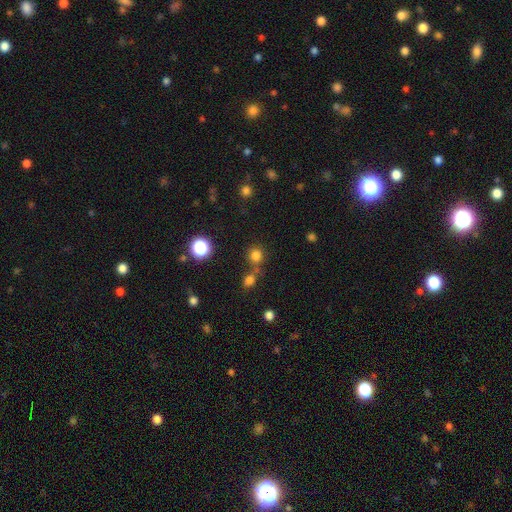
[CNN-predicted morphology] This appears to be a smooth galaxy with no disk features (75%) that is round (89%). Merging: none (67%).